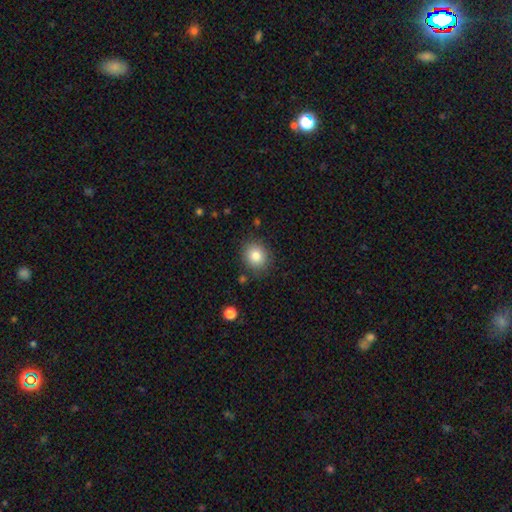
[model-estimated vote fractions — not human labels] smooth-or-featured: smooth: 83% | star or artifact: 10% | featured or disk: 7%
  how-rounded: round: 77% | in between: 22% | cigar-shaped: 1%
  merging: none: 84% | minor disturbance: 10% | major disturbance: 3% | merger: 2%